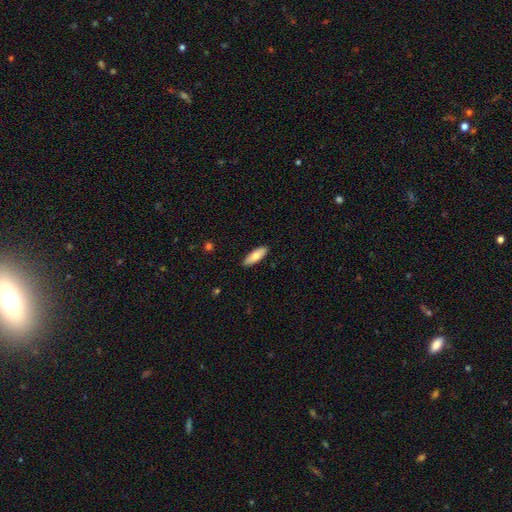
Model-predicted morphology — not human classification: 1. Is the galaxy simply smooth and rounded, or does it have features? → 76% smooth, 19% featured or disk, 6% star or artifact.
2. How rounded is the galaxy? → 58% in between, 40% cigar-shaped, 2% round.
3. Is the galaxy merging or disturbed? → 89% none, 8% minor disturbance, 1% major disturbance, 1% merger.